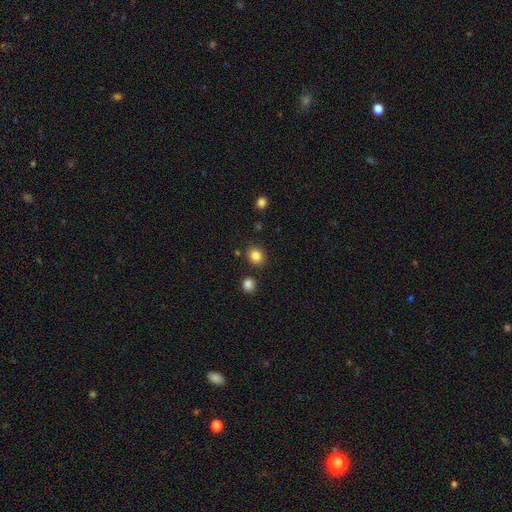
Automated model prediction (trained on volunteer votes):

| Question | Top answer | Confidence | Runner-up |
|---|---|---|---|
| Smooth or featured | smooth | 85% | star or artifact (11%) |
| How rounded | round | 69% | in between (30%) |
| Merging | none | 85% | minor disturbance (8%) |